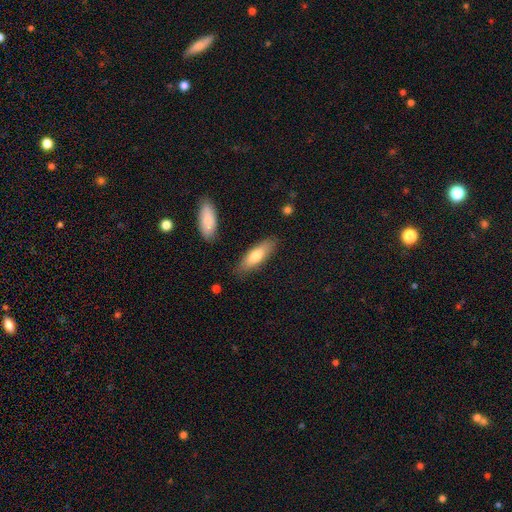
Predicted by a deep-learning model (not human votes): Q: Smooth or featured?
A: smooth (72%); runner-up: featured or disk (22%)
Q: How rounded?
A: in between (52%); runner-up: cigar-shaped (46%)
Q: Merging?
A: none (84%); runner-up: minor disturbance (11%)